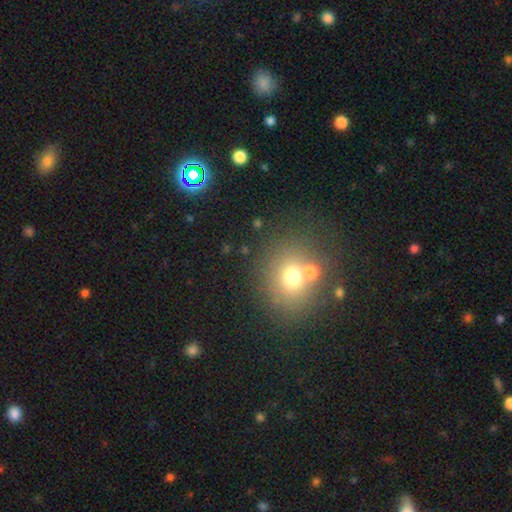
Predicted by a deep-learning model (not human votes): The model was most divided on "smooth or featured": smooth: 58%, star or artifact: 27%, featured or disk: 14%. More confident: how rounded — round (74%); merging — none (61%).